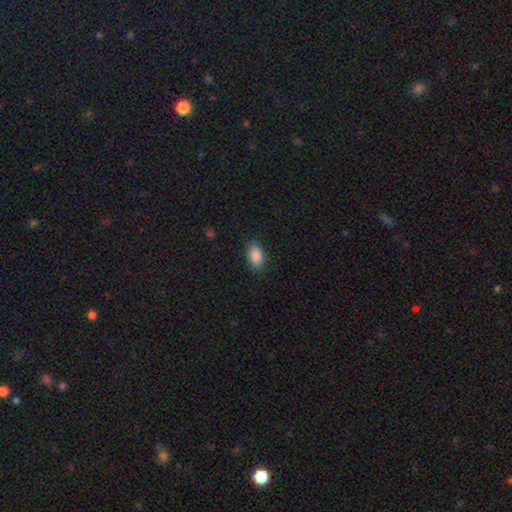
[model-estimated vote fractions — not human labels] Smooth or featured: smooth — 89% (star or artifact — 7%)
How rounded: in between — 92% (round — 6%)
Merging: none — 87% (minor disturbance — 10%)